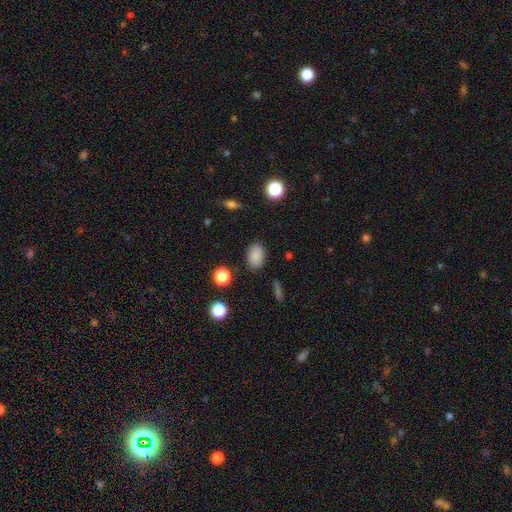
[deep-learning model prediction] A smooth galaxy with no disk features (86%) that is in between round and cigar-shaped (85%). Merging: none (85%).